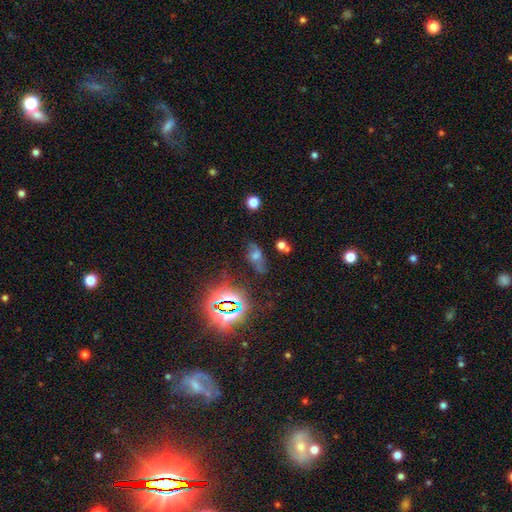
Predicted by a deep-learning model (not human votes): A star or artifact, not a galaxy (45%).